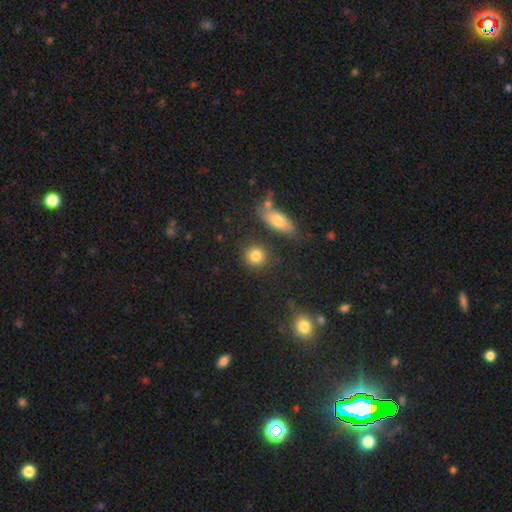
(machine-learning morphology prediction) smooth 83%, star or artifact 10%, featured or disk 7%. Down the decision tree: how rounded — round (84%); merging — none (80%).